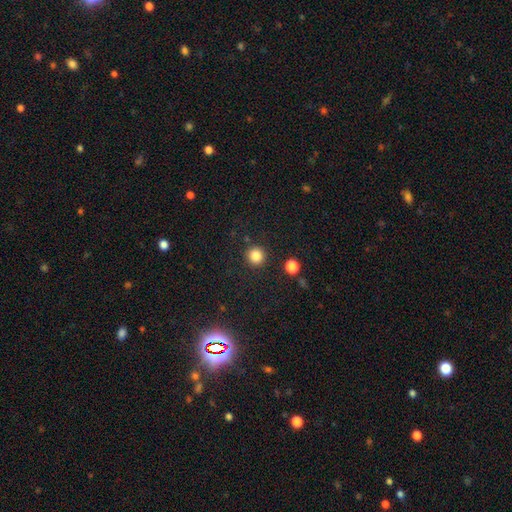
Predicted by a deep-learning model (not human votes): Smooth or featured: smooth — 85% (star or artifact — 12%)
How rounded: round — 94% (in between — 5%)
Merging: none — 89% (minor disturbance — 6%)